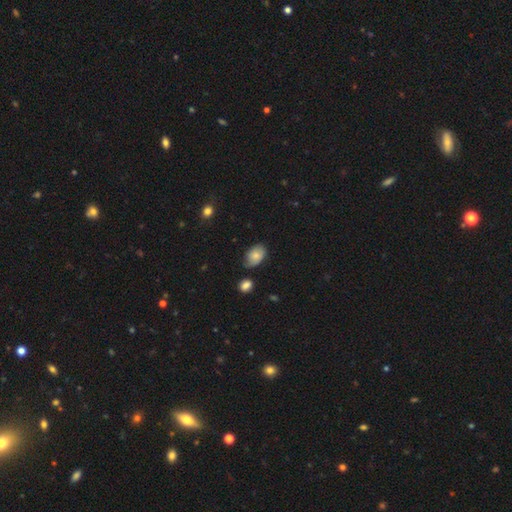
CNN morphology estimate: Q: Smooth or featured?
A: smooth (76%); runner-up: featured or disk (16%)
Q: How rounded?
A: in between (86%); runner-up: round (13%)
Q: Merging?
A: none (58%); runner-up: minor disturbance (32%)